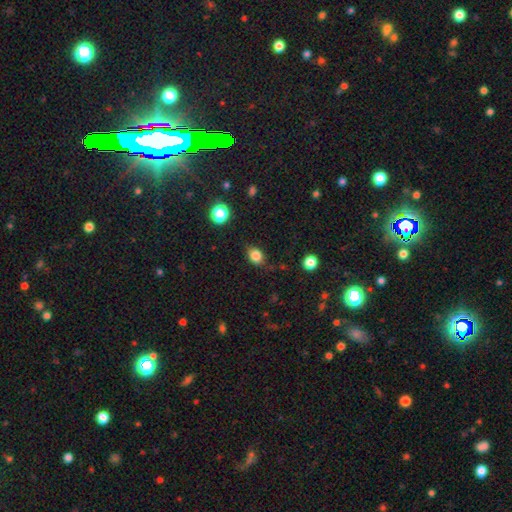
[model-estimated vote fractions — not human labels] Morphology: type=smooth (84%); roundness=in between (52%); merging=none (78%).